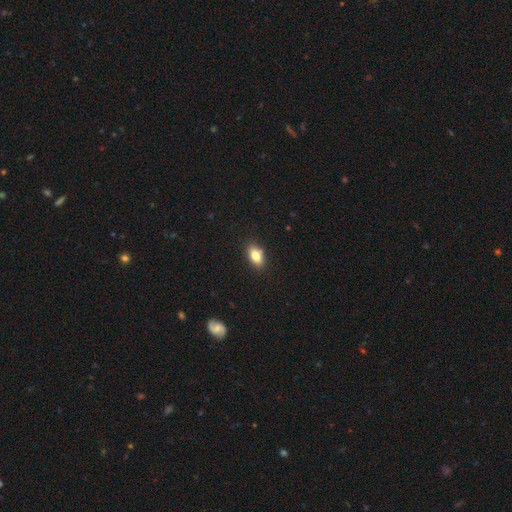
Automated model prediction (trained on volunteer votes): Smooth or featured? Predicted: smooth (p=0.81). How rounded? Predicted: in between (p=0.88). Merging? Predicted: none (p=0.86).